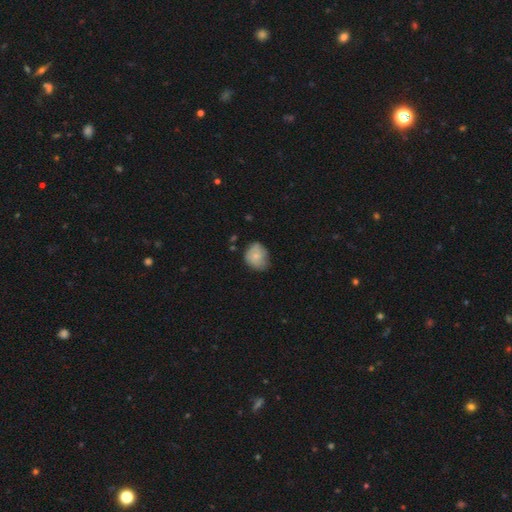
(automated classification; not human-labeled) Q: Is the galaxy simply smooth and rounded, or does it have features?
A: smooth — 70%.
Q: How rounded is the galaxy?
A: round — 63%.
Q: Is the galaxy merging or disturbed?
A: none — 57%.